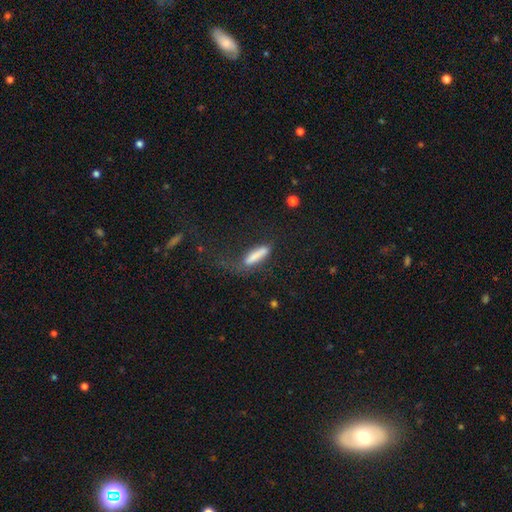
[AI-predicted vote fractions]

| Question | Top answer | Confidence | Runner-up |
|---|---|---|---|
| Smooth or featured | smooth | 81% | featured or disk (12%) |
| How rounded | cigar-shaped | 75% | in between (23%) |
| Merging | none | 54% | minor disturbance (24%) |